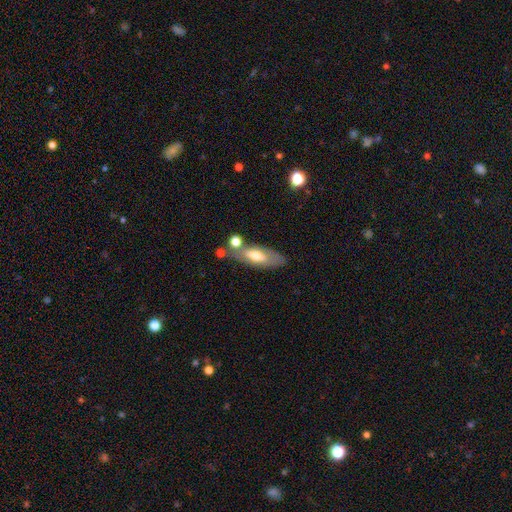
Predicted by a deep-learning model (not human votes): smooth_or_featured: smooth (p=0.54) [alt: featured or disk p=0.39]
how_rounded: in between (p=0.66) [alt: cigar-shaped p=0.31]
merging: none (p=0.57) [alt: merger p=0.18]